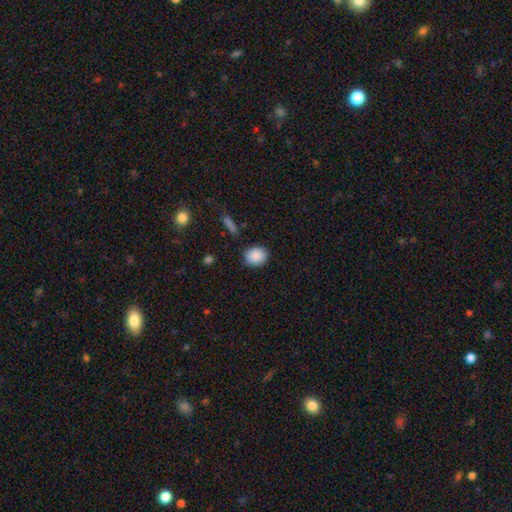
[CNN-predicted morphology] type=smooth (89%); roundness=round (65%); merging=none (85%).